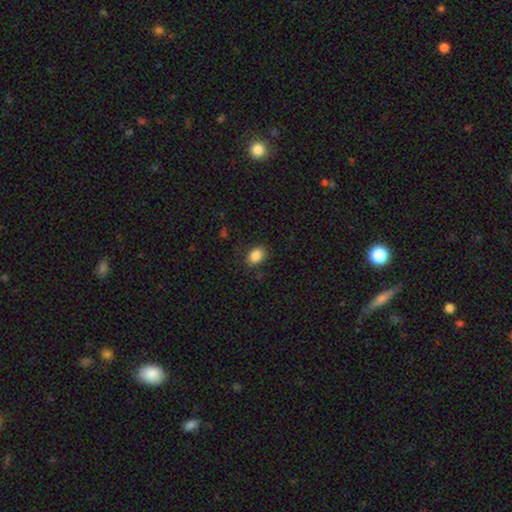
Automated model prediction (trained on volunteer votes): Q: Smooth or featured?
A: smooth (87%); runner-up: star or artifact (9%)
Q: How rounded?
A: in between (70%); runner-up: round (29%)
Q: Merging?
A: none (83%); runner-up: minor disturbance (12%)